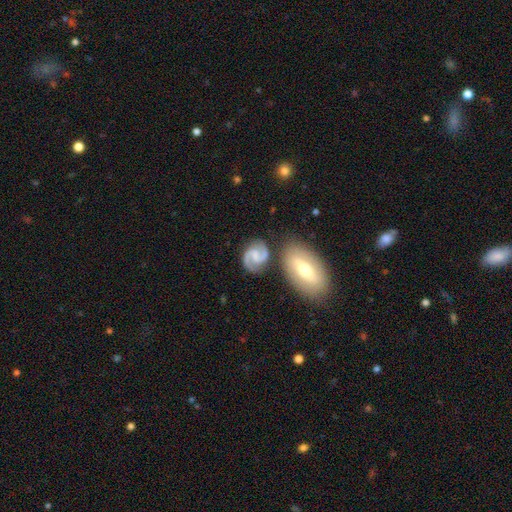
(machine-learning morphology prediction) smooth_or_featured: featured or disk (p=0.86) [alt: smooth p=0.09]
disk_edge_on: no (p=0.98) [alt: yes p=0.02]
bar: weak (p=0.45) [alt: no p=0.41]
has_spiral_arms: yes (p=0.97) [alt: no p=0.03]
spiral_winding: medium (p=0.57) [alt: loose p=0.26]
spiral_arm_count: 2 (p=0.92) [alt: can't tell p=0.03]
bulge_size: none (p=0.37) [alt: small p=0.36]
merging: none (p=0.72) [alt: minor disturbance p=0.14]